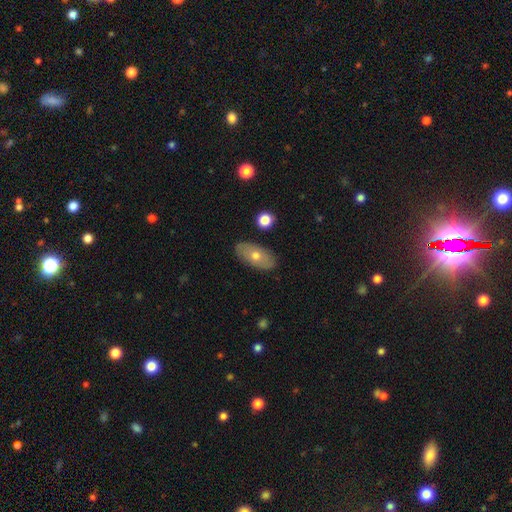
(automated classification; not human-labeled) Overall: smooth (61%; featured or disk 33%). How rounded: in between (90%). Merging: none (86%).